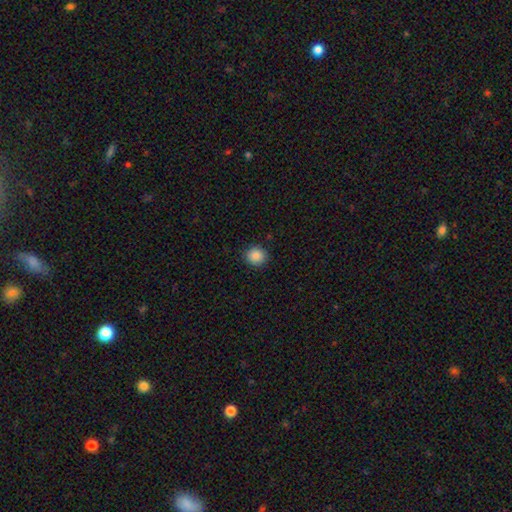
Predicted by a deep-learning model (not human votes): The model was most divided on "smooth or featured": smooth: 87%, star or artifact: 9%, featured or disk: 3%. More confident: merging — none (90%); how rounded — round (90%).